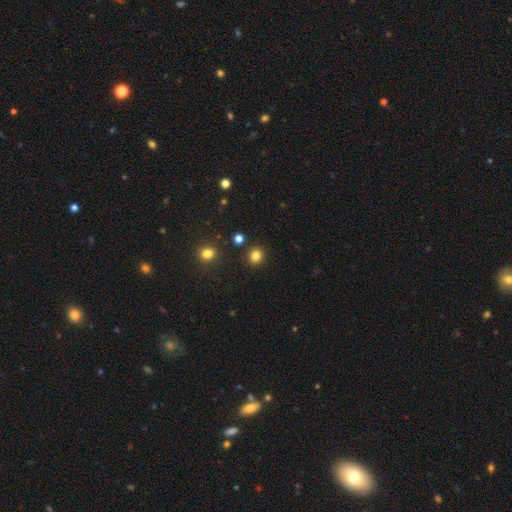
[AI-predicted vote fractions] Q: Smooth or featured?
A: smooth (82%); runner-up: star or artifact (13%)
Q: How rounded?
A: round (82%); runner-up: in between (17%)
Q: Merging?
A: none (89%); runner-up: minor disturbance (6%)